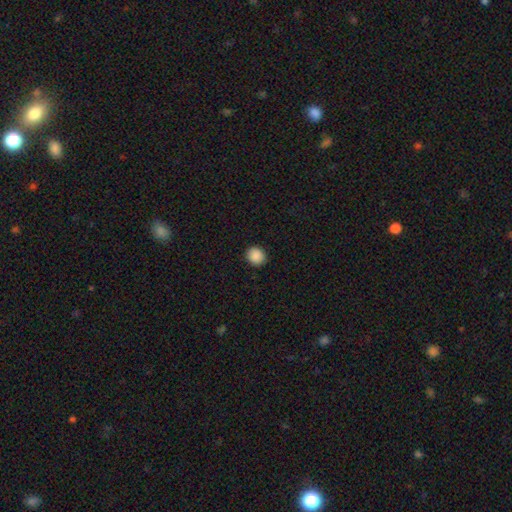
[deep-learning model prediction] A smooth galaxy with no disk features (88%) that is round (85%).

Vote fractions:
- Smooth or featured? smooth: 88% / star or artifact: 9% / featured or disk: 3%
- How rounded? round: 85% / in between: 14% / cigar-shaped: 1%
- Merging? none: 92% / minor disturbance: 6% / major disturbance: 2% / merger: 1%